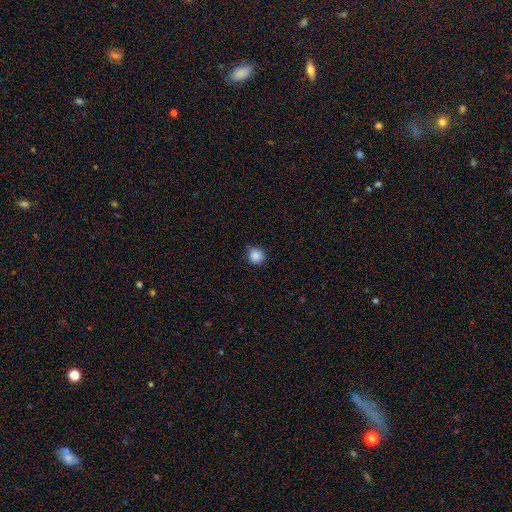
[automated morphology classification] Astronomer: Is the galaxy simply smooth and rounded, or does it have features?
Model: smooth — 87%.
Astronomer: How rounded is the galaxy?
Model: round — 93%.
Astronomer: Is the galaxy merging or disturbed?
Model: none — 84%.